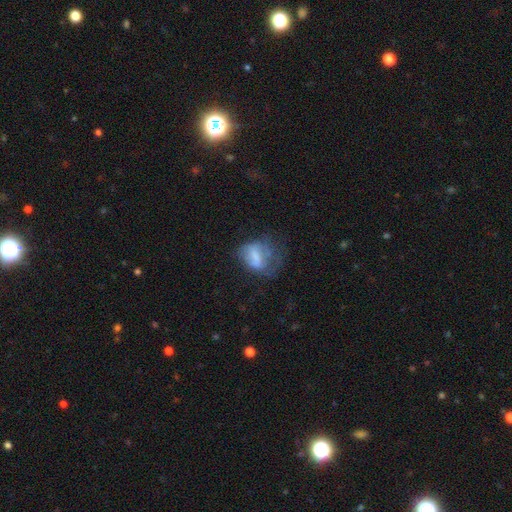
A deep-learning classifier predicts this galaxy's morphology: A smooth galaxy with no disk features (54%) that is in between round and cigar-shaped (64%). Merging: major disturbance (41%).